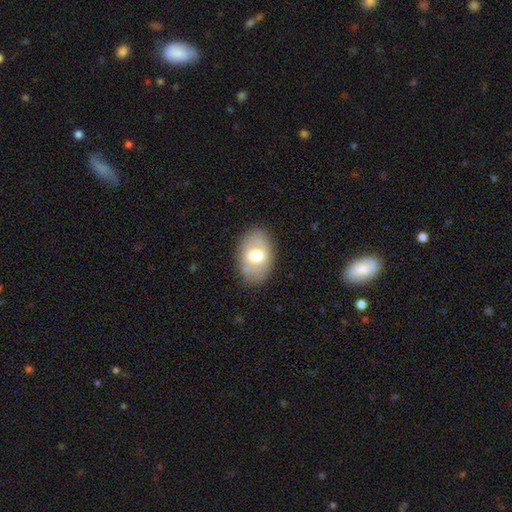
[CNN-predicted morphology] smooth 61%, featured or disk 32%, star or artifact 7%. Down the decision tree: how rounded — in between (85%); merging — none (79%).